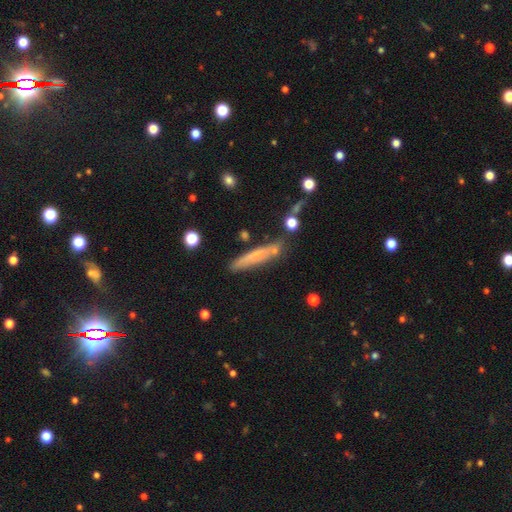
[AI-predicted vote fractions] Q: Smooth or featured?
A: smooth (62%); runner-up: featured or disk (30%)
Q: How rounded?
A: cigar-shaped (92%); runner-up: in between (7%)
Q: Merging?
A: none (74%); runner-up: minor disturbance (16%)